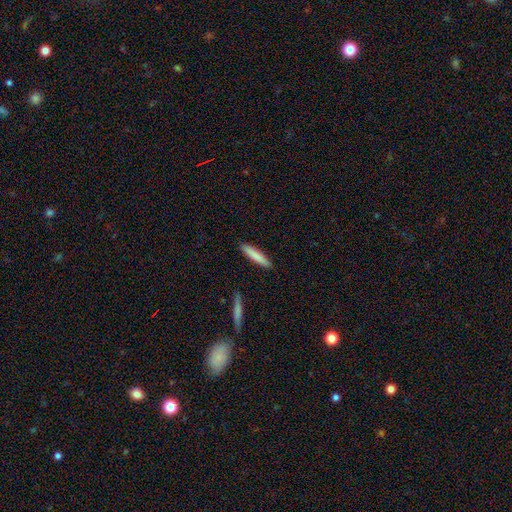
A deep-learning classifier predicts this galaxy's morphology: Smooth or featured: smooth — 82% (featured or disk — 13%)
How rounded: cigar-shaped — 88% (in between — 10%)
Merging: none — 90% (minor disturbance — 7%)